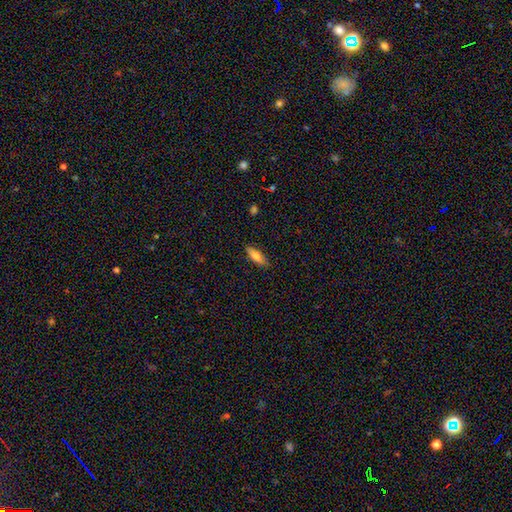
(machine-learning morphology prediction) A smooth galaxy with no disk features (72%) that is in between round and cigar-shaped (57%). Merging: none (86%).